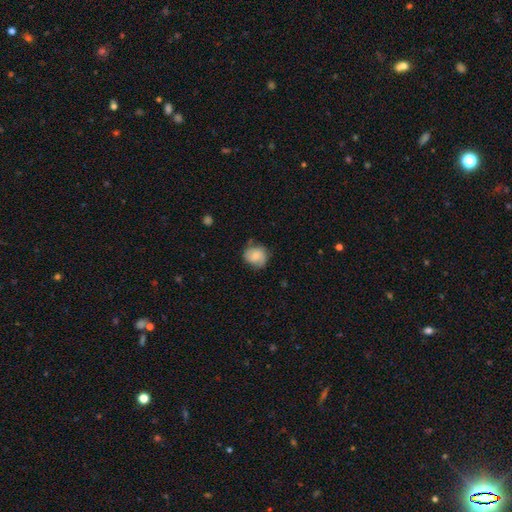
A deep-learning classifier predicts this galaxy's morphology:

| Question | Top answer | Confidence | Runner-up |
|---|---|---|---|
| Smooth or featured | smooth | 63% | featured or disk (29%) |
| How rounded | round | 72% | in between (27%) |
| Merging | none | 63% | minor disturbance (27%) |